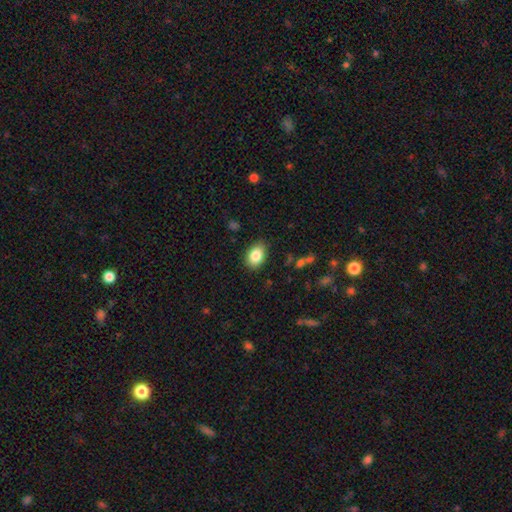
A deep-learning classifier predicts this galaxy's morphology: Smooth or featured? smooth (85%)
How rounded? in between (83%)
Merging? none (84%)